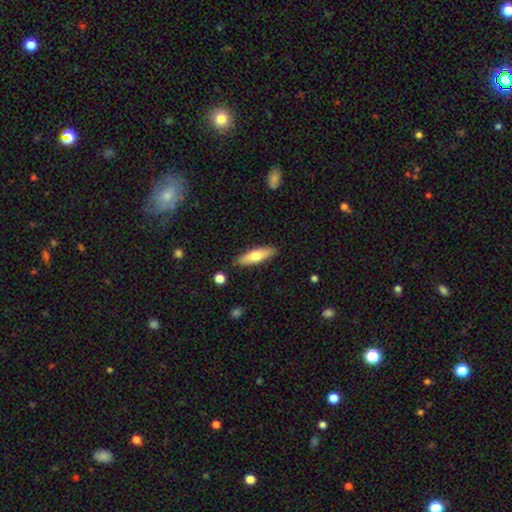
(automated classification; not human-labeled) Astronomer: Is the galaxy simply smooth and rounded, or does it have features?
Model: smooth — 61%.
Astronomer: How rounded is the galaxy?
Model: cigar-shaped — 56% (runner-up: in between, 42%).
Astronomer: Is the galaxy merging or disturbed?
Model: none — 88%.